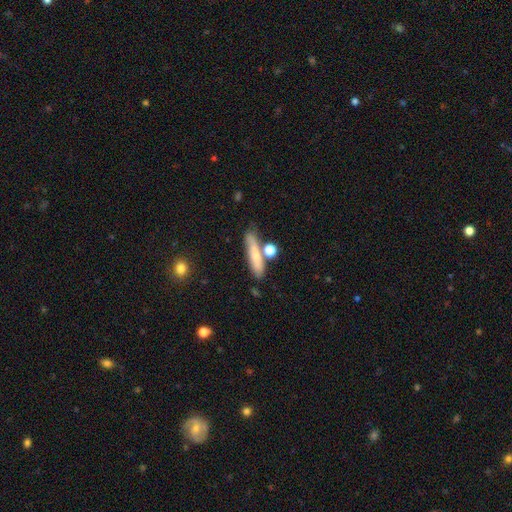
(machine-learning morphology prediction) type=smooth (65%); roundness=cigar-shaped (70%); merging=none (64%).